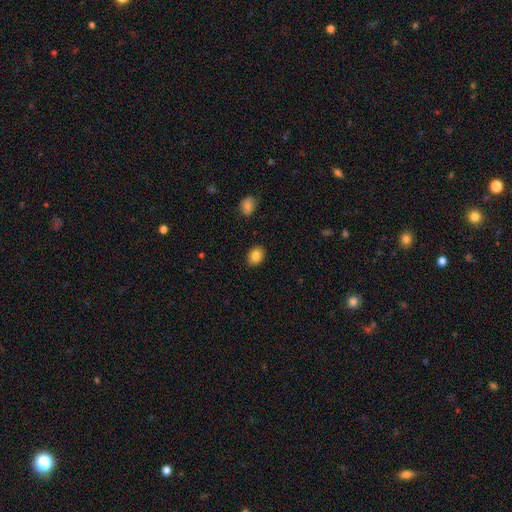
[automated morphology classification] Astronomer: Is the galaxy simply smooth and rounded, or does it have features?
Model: smooth — 85%.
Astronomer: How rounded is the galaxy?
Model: in between — 64%.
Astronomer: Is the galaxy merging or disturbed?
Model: none — 89%.